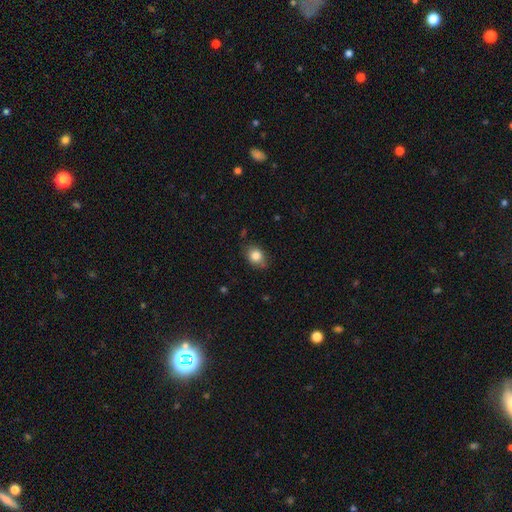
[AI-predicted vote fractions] Smooth or featured: smooth — 84% (star or artifact — 9%)
How rounded: in between — 52% (round — 47%)
Merging: none — 78% (minor disturbance — 17%)